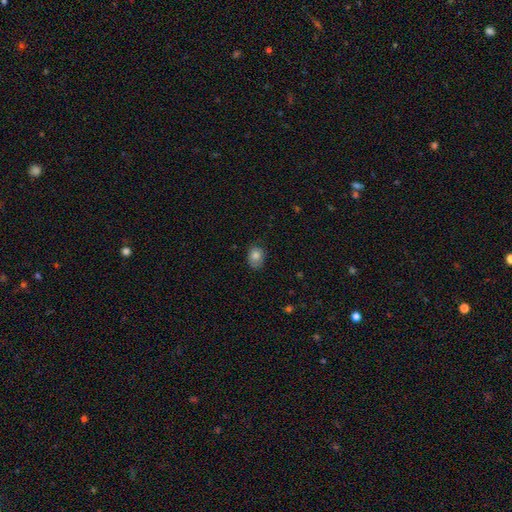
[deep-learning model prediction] This appears to be a smooth galaxy with no disk features (82%) that is in between round and cigar-shaped (64%). Merging: none (72%).